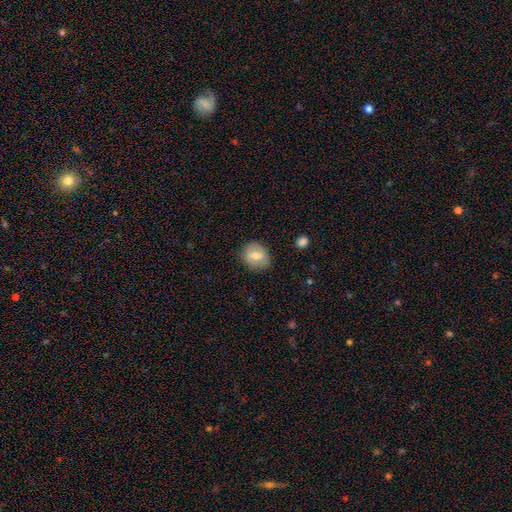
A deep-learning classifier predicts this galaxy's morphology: type=smooth (67%); roundness=round (66%); merging=none (81%).